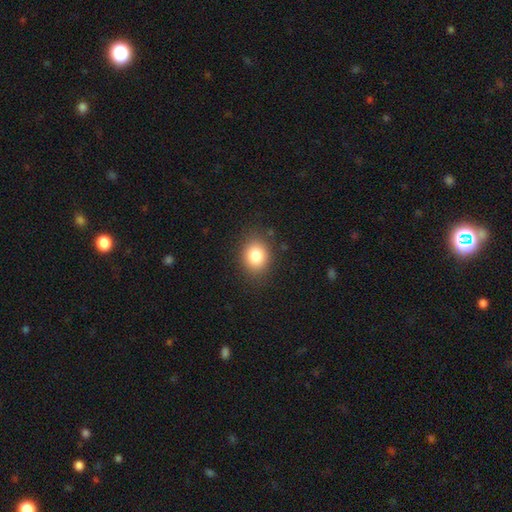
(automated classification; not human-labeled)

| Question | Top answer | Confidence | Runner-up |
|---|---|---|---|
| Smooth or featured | smooth | 82% | star or artifact (10%) |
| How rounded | round | 57% | in between (42%) |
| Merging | none | 86% | minor disturbance (10%) |